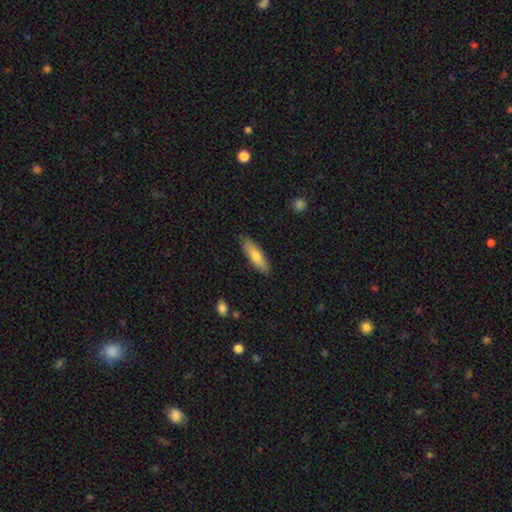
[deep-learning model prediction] A smooth galaxy with no disk features (72%) that is cigar-shaped (56%).

Vote fractions:
- Smooth or featured? smooth: 72% / featured or disk: 22% / star or artifact: 6%
- How rounded? cigar-shaped: 56% / in between: 42% / round: 2%
- Merging? none: 87% / minor disturbance: 10% / major disturbance: 2% / merger: 1%